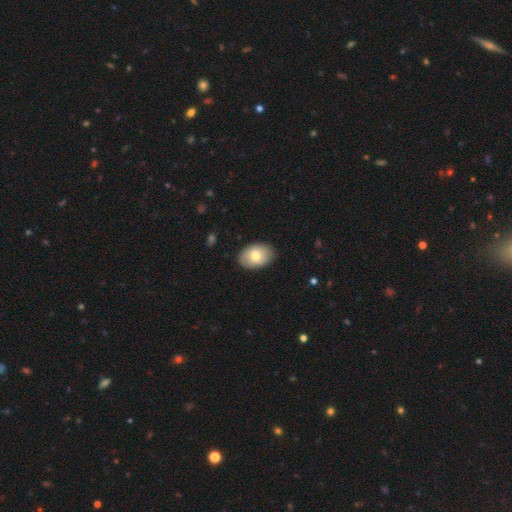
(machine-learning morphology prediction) smooth 75%, featured or disk 18%, star or artifact 6%. Down the decision tree: how rounded — in between (85%); merging — none (86%).